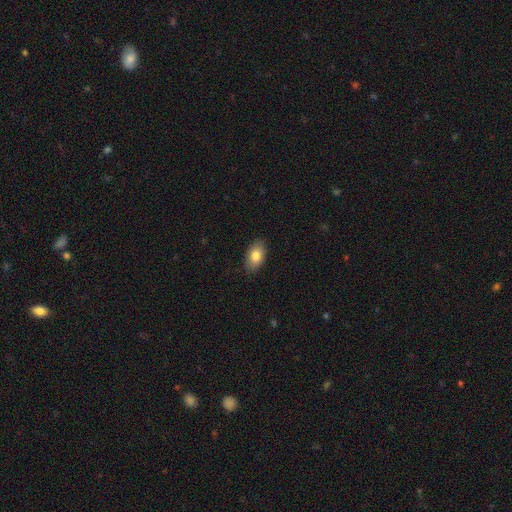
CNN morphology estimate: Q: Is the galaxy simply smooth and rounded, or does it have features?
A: smooth — 82%.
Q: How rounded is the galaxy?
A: in between — 91%.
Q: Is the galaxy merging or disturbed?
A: none — 88%.